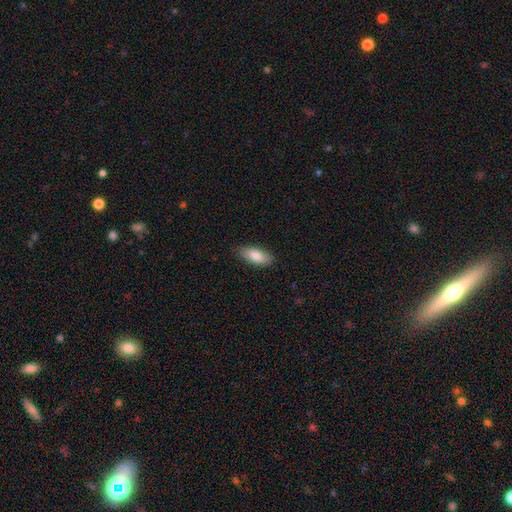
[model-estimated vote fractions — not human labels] Smooth or featured: smooth — 80% (featured or disk — 14%)
How rounded: in between — 87% (cigar-shaped — 11%)
Merging: none — 85% (minor disturbance — 12%)